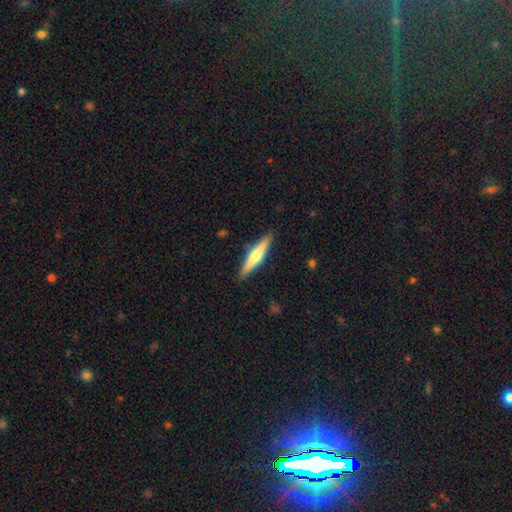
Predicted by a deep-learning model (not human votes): Q: Smooth or featured?
A: smooth (50%); runner-up: featured or disk (44%)
Q: How rounded?
A: cigar-shaped (87%); runner-up: in between (11%)
Q: Merging?
A: none (89%); runner-up: minor disturbance (8%)